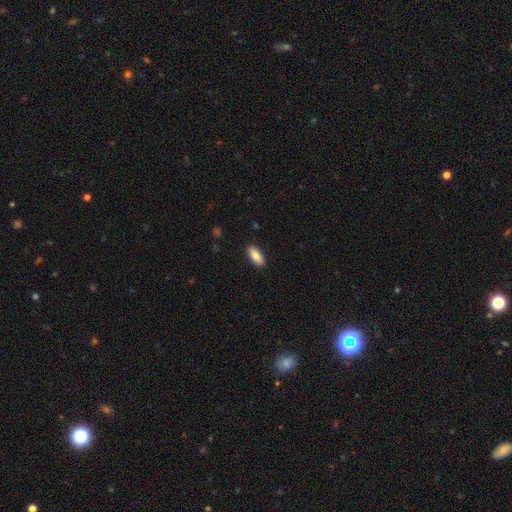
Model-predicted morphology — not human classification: A smooth galaxy with no disk features (86%) that is in between round and cigar-shaped (85%).

Vote fractions:
- Smooth or featured? smooth: 86% / featured or disk: 8% / star or artifact: 6%
- How rounded? in between: 85% / cigar-shaped: 13% / round: 2%
- Merging? none: 90% / minor disturbance: 8% / major disturbance: 2% / merger: 1%